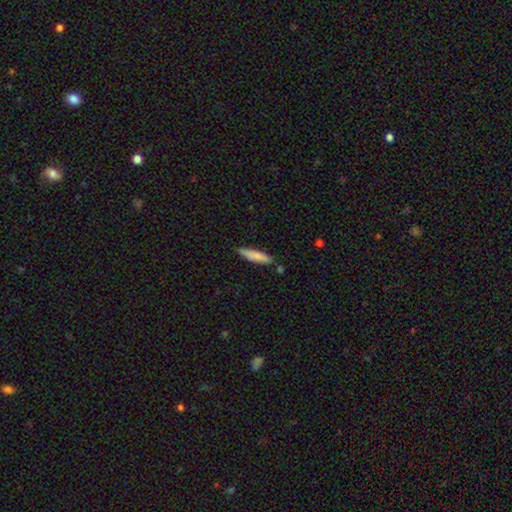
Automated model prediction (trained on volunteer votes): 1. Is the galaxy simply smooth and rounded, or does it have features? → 81% smooth, 13% featured or disk, 6% star or artifact.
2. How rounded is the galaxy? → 80% cigar-shaped, 18% in between, 1% round.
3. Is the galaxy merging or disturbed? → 82% none, 13% minor disturbance, 3% merger, 2% major disturbance.